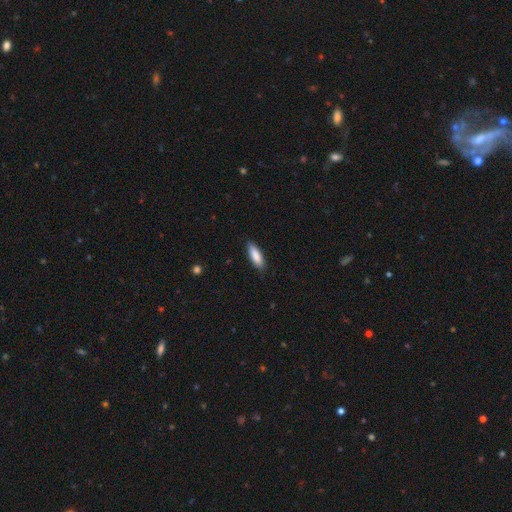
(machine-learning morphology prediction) type=smooth (85%); roundness=in between (49%, tied with cigar-shaped); merging=none (86%).